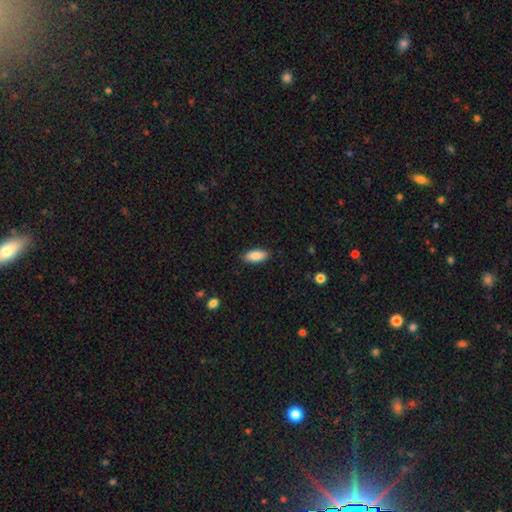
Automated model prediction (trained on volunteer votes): smooth-or-featured: smooth: 87% | featured or disk: 7% | star or artifact: 6%
  how-rounded: in between: 85% | cigar-shaped: 13% | round: 2%
  merging: none: 88% | minor disturbance: 9% | major disturbance: 2% | merger: 1%